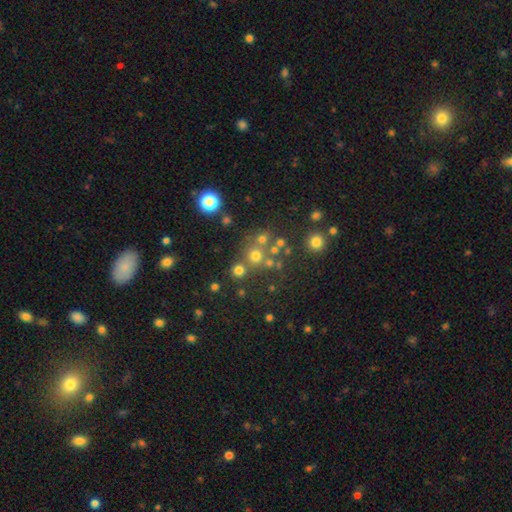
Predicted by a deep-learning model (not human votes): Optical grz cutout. It shows a smooth galaxy with no disk features (64%) that is round (90%). Merging: none (63%).